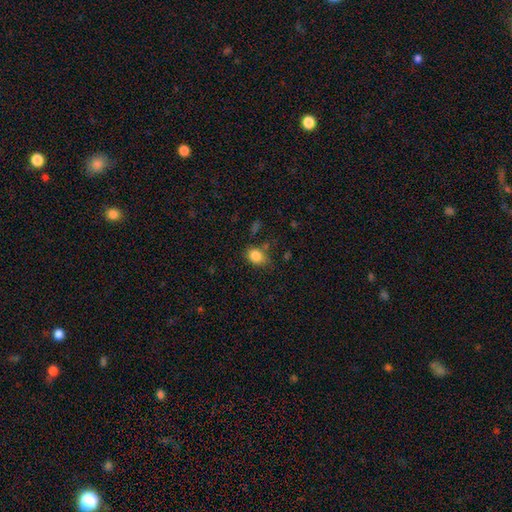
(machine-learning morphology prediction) Smooth or featured? Predicted: smooth (p=0.85). How rounded? Predicted: in between (p=0.59). Merging? Predicted: none (p=0.68).